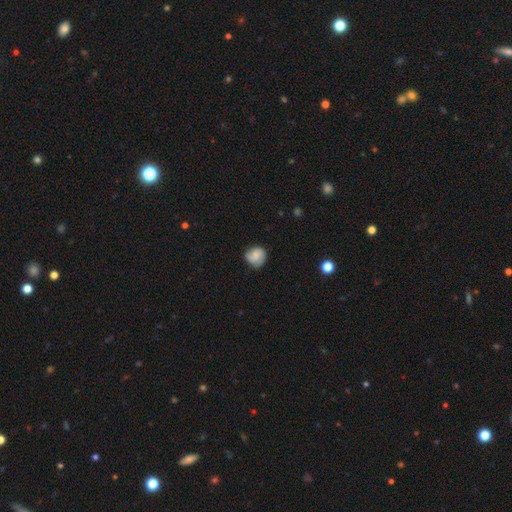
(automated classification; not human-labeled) This is likely a smooth galaxy (61%). How rounded: likely round (78%). Merging: likely none (64%).